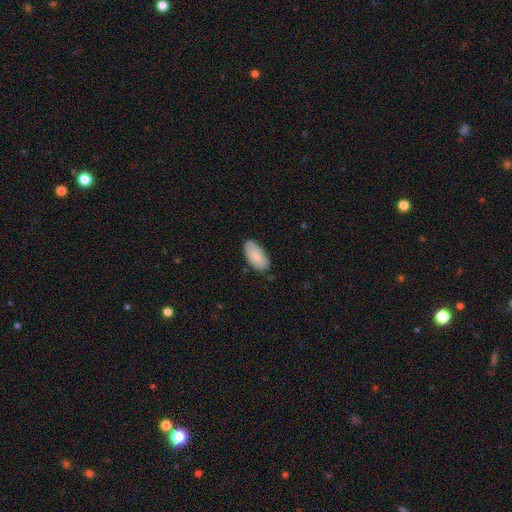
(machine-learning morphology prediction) smooth 85%, featured or disk 9%, star or artifact 6%. Down the decision tree: how rounded — in between (94%); merging — none (75%).